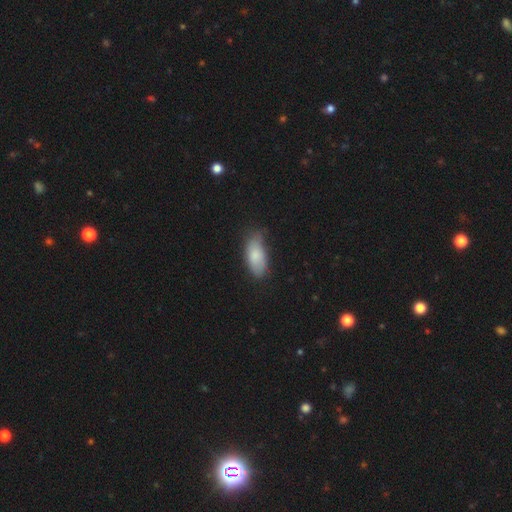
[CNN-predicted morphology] Smooth or featured?
  - smooth: 81% *
  - featured or disk: 13%
  - star or artifact: 7%
How rounded?
  - in between: 88% *
  - cigar-shaped: 10%
  - round: 2%
Merging?
  - none: 59% *
  - minor disturbance: 32%
  - major disturbance: 7%
  - merger: 2%